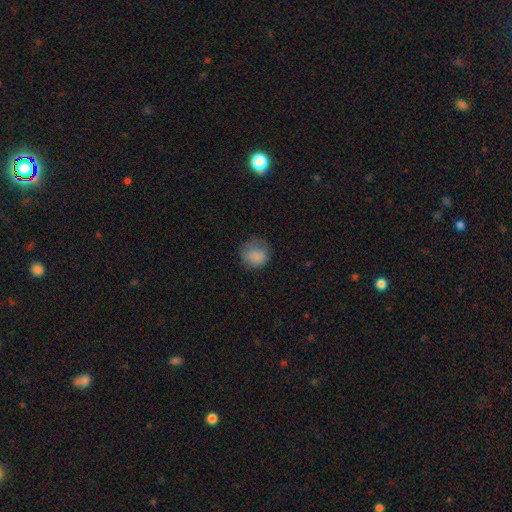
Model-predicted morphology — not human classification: The model was most divided on "merging": none: 62%, minor disturbance: 24%, major disturbance: 13%, merger: 1%. More confident: smooth or featured — smooth (82%); how rounded — round (79%).